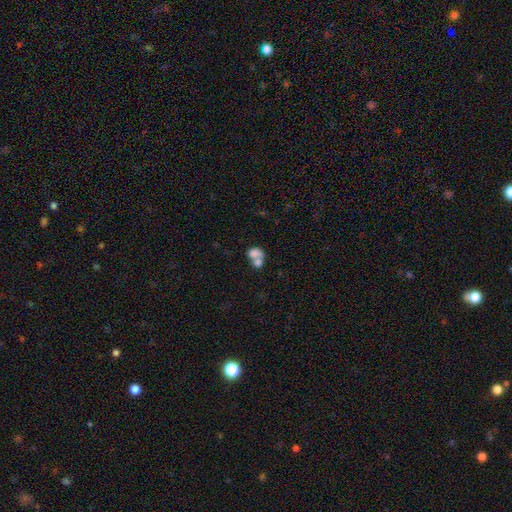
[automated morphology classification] Smooth or featured? Predicted: smooth (p=0.72). How rounded? Predicted: in between (p=0.63). Merging? Predicted: merger (p=0.69).